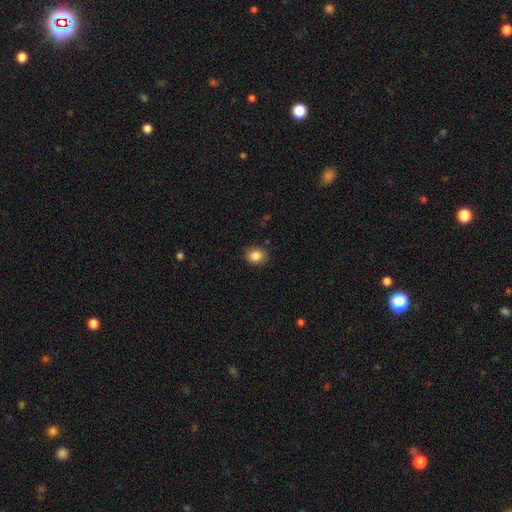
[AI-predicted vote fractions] Smooth or featured? Predicted: smooth (p=0.86). How rounded? Predicted: round (p=0.61). Merging? Predicted: none (p=0.87).